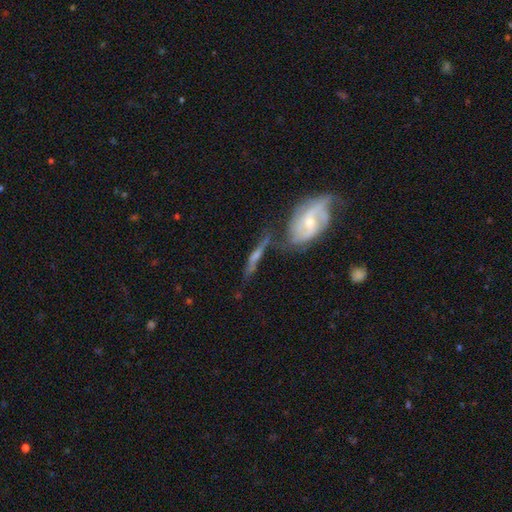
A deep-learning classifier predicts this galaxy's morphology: type=featured or disk (67%); edge-on=yes (53%); merging=none (45%).